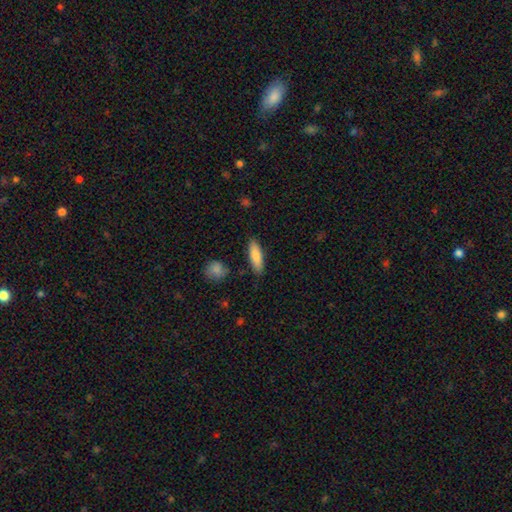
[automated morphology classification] This is clearly a smooth galaxy (83%). How rounded: possibly in between (50%). Merging: clearly none (86%).